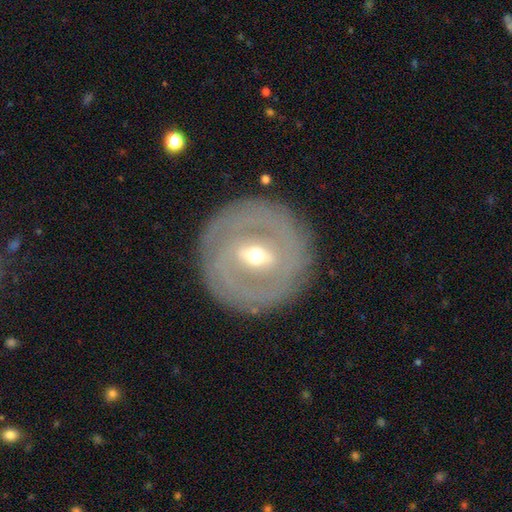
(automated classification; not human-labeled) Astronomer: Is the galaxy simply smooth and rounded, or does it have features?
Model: featured or disk — 75%.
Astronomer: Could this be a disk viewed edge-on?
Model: no — 89%.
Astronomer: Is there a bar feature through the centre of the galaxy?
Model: strong — 44% (runner-up: weak, 39%).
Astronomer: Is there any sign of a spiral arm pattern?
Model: no — 57% (runner-up: yes, 43%).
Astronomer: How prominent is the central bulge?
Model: moderate — 58% (runner-up: small, 36%).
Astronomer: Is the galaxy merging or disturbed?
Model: none — 85%.